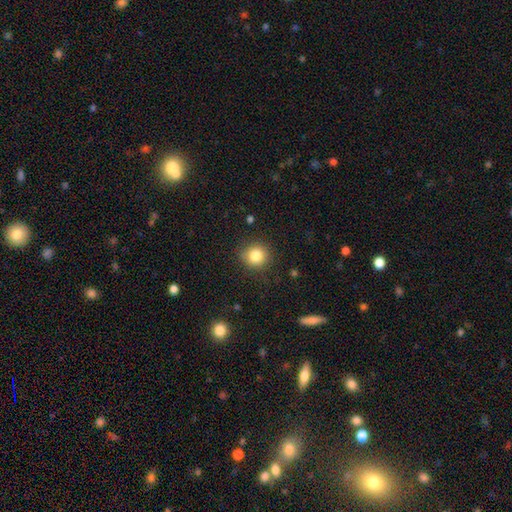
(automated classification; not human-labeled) smooth 83%, star or artifact 11%, featured or disk 6%. Down the decision tree: how rounded — round (91%); merging — none (87%).